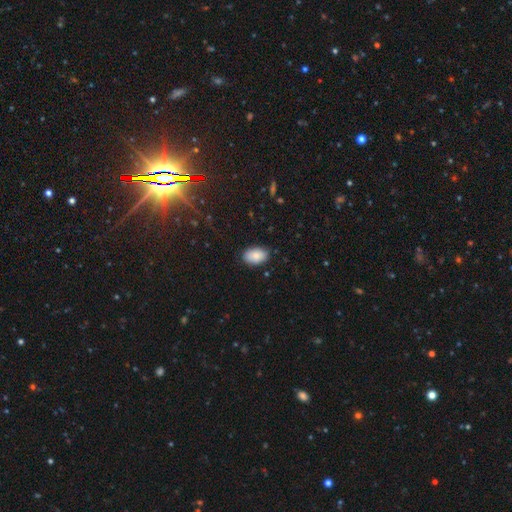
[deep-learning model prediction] smooth-or-featured: smooth: 87% | star or artifact: 7% | featured or disk: 6%
  how-rounded: in between: 91% | round: 8% | cigar-shaped: 1%
  merging: none: 84% | minor disturbance: 12% | major disturbance: 2% | merger: 1%